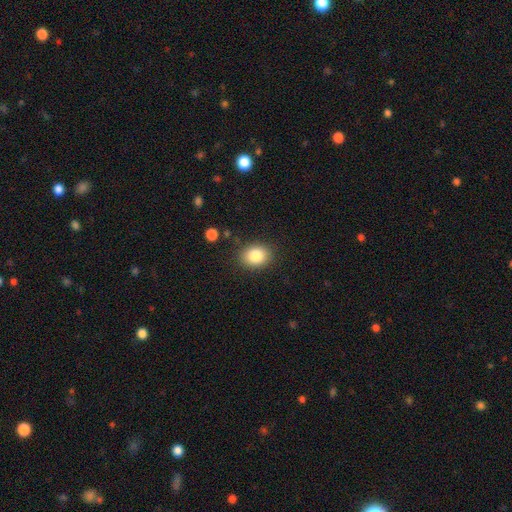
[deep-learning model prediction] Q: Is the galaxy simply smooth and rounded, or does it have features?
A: smooth — 84%.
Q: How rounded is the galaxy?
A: in between — 57%.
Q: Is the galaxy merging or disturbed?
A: none — 86%.